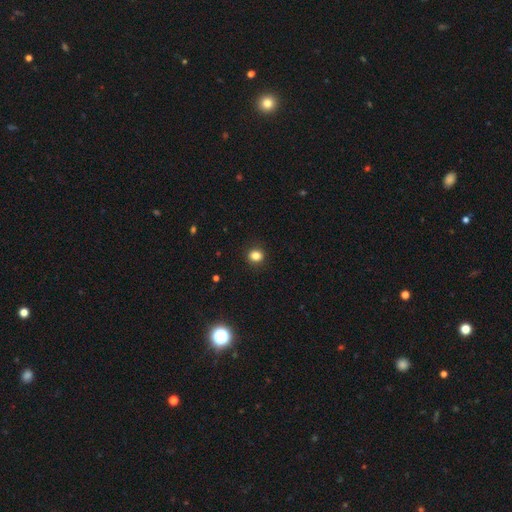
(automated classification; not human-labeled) A smooth galaxy with no disk features (84%) that is round (74%).

Vote fractions:
- Smooth or featured? smooth: 84% / star or artifact: 12% / featured or disk: 4%
- How rounded? round: 74% / in between: 25% / cigar-shaped: 1%
- Merging? none: 90% / minor disturbance: 7% / major disturbance: 2% / merger: 1%